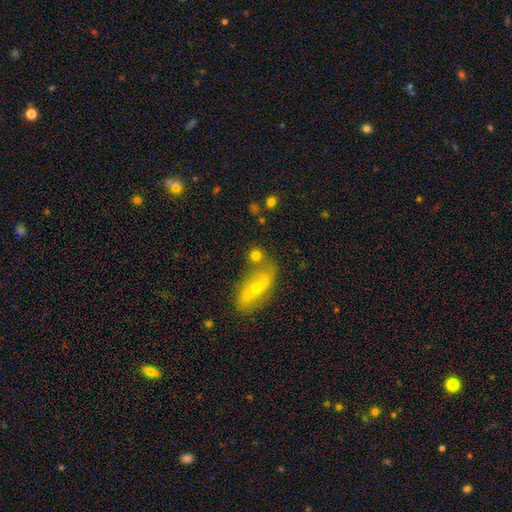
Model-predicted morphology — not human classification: Q: Smooth or featured?
A: smooth (66%); runner-up: featured or disk (23%)
Q: How rounded?
A: round (65%); runner-up: in between (28%)
Q: Merging?
A: none (64%); runner-up: merger (20%)